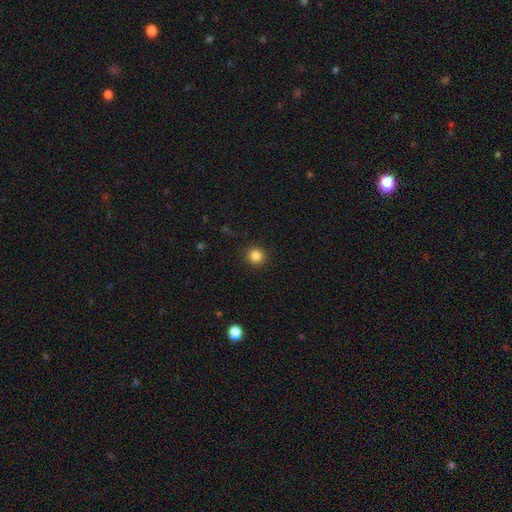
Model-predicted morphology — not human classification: smooth_or_featured: smooth (p=0.84) [alt: star or artifact p=0.11]
how_rounded: round (p=0.91) [alt: in between p=0.08]
merging: none (p=0.91) [alt: minor disturbance p=0.06]